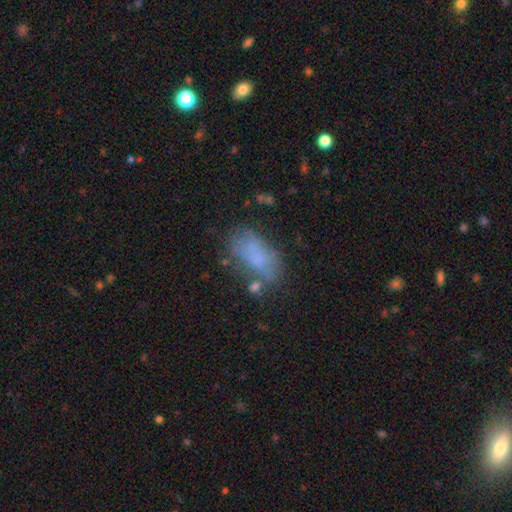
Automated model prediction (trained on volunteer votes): A smooth galaxy with no disk features (62%) that is in between round and cigar-shaped (88%). Merging: none (53%).